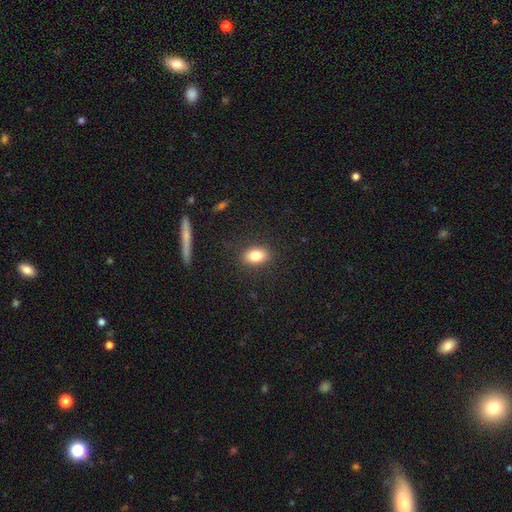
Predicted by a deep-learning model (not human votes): smooth_or_featured: smooth (p=0.81) [alt: featured or disk p=0.10]
how_rounded: in between (p=0.82) [alt: round p=0.15]
merging: none (p=0.87) [alt: minor disturbance p=0.09]